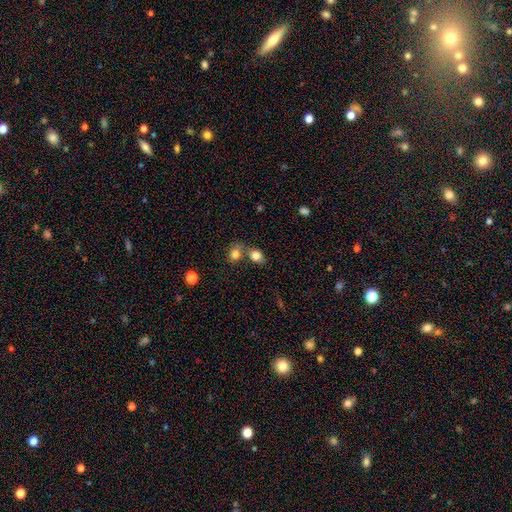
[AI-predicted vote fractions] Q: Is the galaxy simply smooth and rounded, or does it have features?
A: smooth — 82%.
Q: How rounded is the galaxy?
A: round — 50%.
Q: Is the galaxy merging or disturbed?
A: none — 47%.